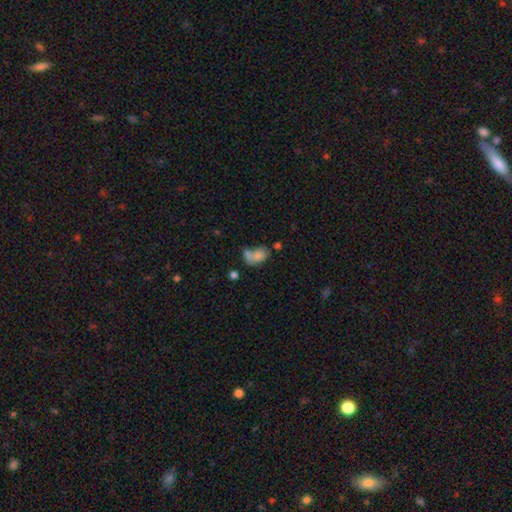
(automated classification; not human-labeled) Overall: smooth (76%). How rounded: in between (81%). Merging: merger (49%; none 28%).